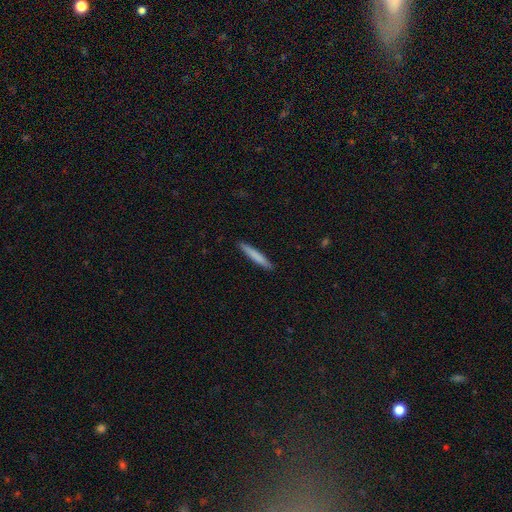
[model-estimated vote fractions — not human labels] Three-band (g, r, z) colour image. It shows a smooth galaxy with no disk features (78%) that is cigar-shaped (95%). Merging: none (91%).